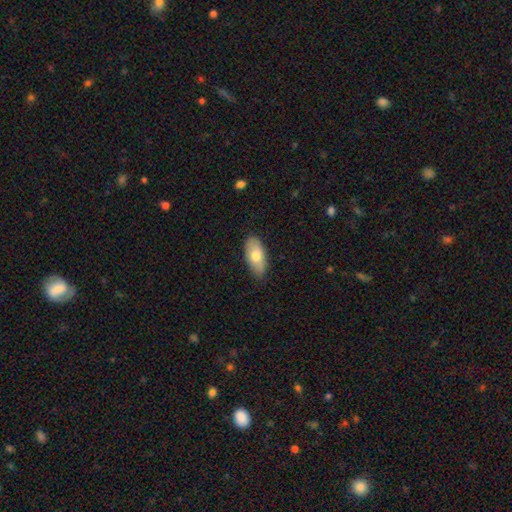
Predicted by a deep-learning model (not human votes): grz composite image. It shows a smooth galaxy with no disk features (70%) that is in between round and cigar-shaped (90%). Merging: none (82%).